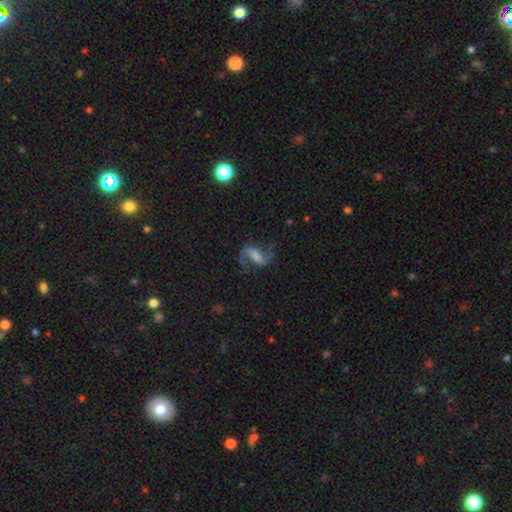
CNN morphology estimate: featured or disk 82%, smooth 10%, star or artifact 8%. Down the decision tree: edge-on disk — no (96%); bar — strong (47%); spiral arms — yes (95%); spiral arm count — 2 (92%); spiral winding — loose (59%); bulge size — small (30%); merging — none (72%).